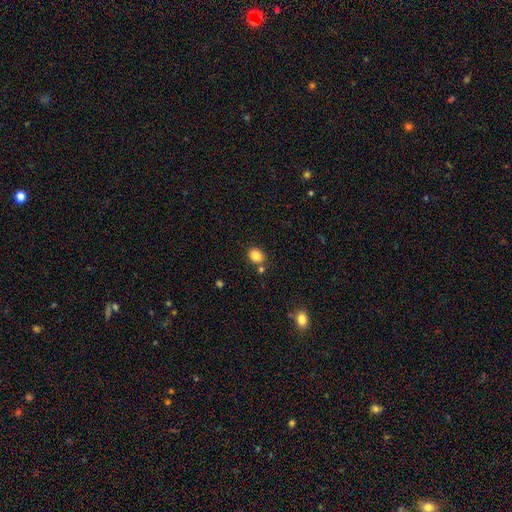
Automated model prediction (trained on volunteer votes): A smooth galaxy with no disk features (84%) that is round (50%). Merging: none (76%).